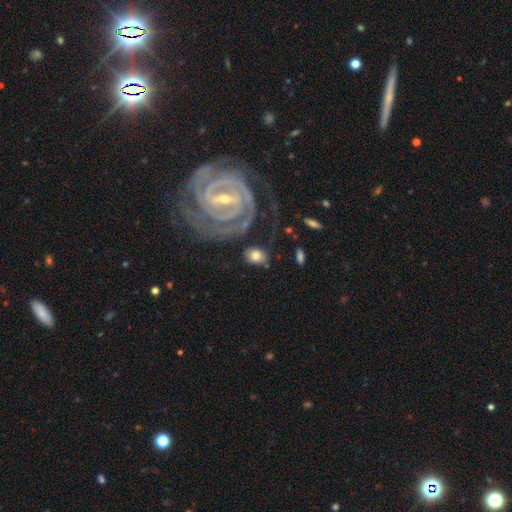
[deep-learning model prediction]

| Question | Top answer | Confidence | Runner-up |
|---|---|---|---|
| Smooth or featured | smooth | 63% | featured or disk (30%) |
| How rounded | in between | 57% | round (42%) |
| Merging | none | 68% | minor disturbance (16%) |